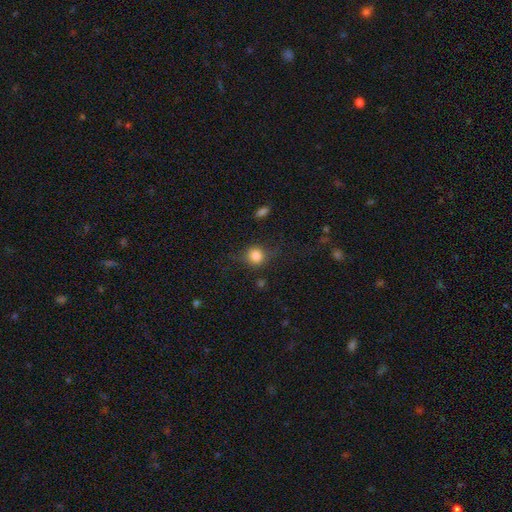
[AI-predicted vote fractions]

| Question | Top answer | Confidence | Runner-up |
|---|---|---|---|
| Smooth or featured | smooth | 81% | star or artifact (11%) |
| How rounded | round | 86% | in between (13%) |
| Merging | none | 71% | minor disturbance (18%) |